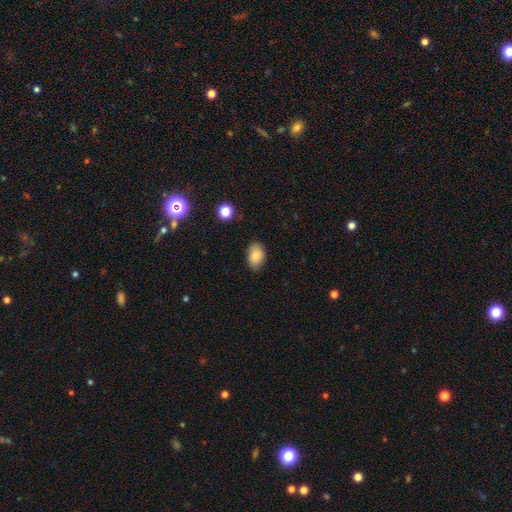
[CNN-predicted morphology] smooth_or_featured: smooth (p=0.85) [alt: star or artifact p=0.08]
how_rounded: in between (p=0.87) [alt: round p=0.12]
merging: none (p=0.83) [alt: minor disturbance p=0.13]